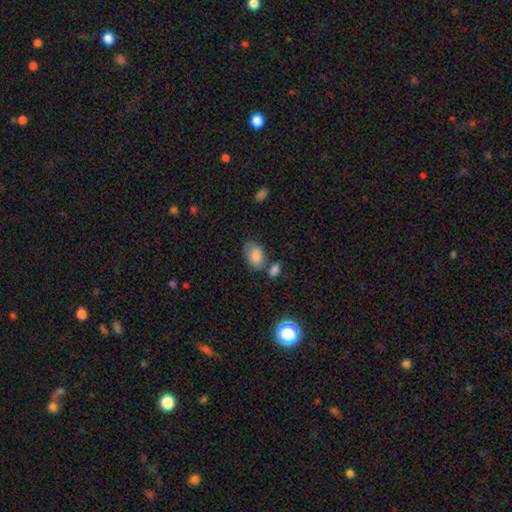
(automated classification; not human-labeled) A smooth galaxy with no disk features (79%) that is in between round and cigar-shaped (88%).

Vote fractions:
- Smooth or featured? smooth: 79% / featured or disk: 13% / star or artifact: 9%
- How rounded? in between: 88% / round: 11% / cigar-shaped: 1%
- Merging? none: 51% / minor disturbance: 23% / merger: 17% / major disturbance: 8%